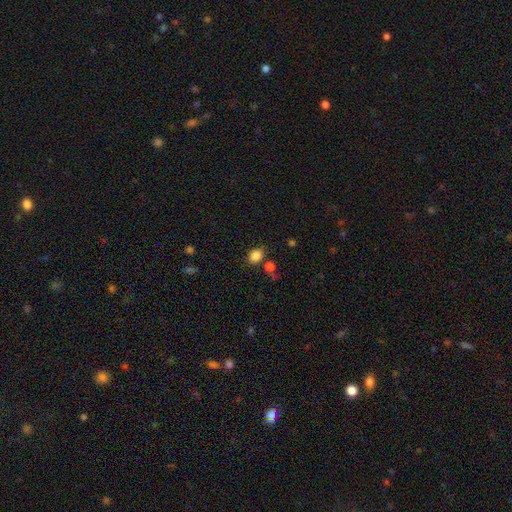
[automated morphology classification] smooth_or_featured: smooth (p=0.85) [alt: star or artifact p=0.11]
how_rounded: round (p=0.53) [alt: in between p=0.46]
merging: none (p=0.75) [alt: minor disturbance p=0.13]